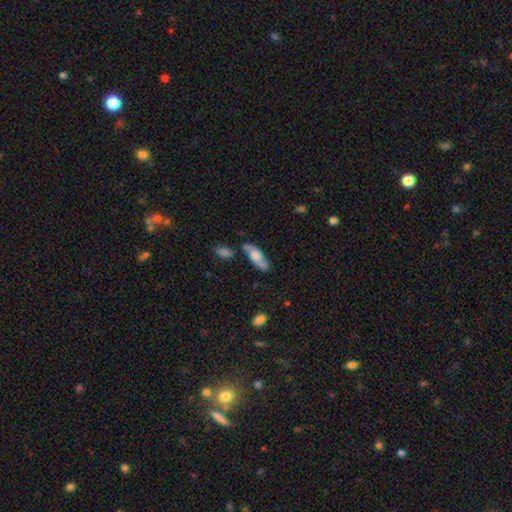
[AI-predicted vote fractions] This appears to be a smooth galaxy with no disk features (54%) that is in between round and cigar-shaped (61%). Merging: none (71%).